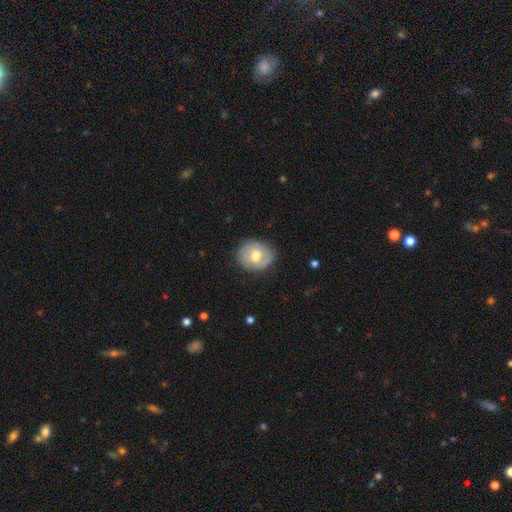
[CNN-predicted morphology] This is possibly a smooth galaxy (53%). How rounded: likely round (66%). Merging: likely none (78%).